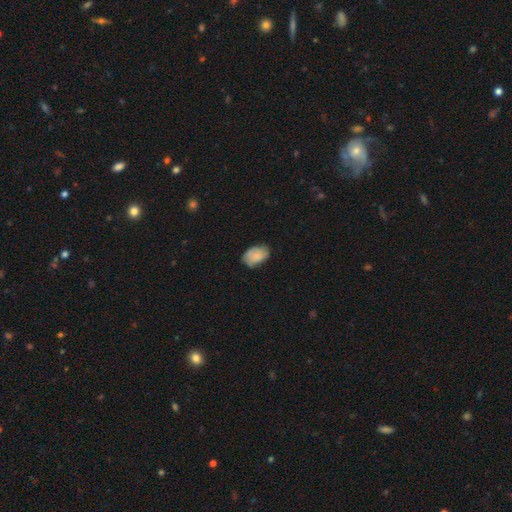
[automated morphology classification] Q: Smooth or featured?
A: smooth (73%); runner-up: featured or disk (19%)
Q: How rounded?
A: in between (88%); runner-up: round (11%)
Q: Merging?
A: none (69%); runner-up: minor disturbance (25%)